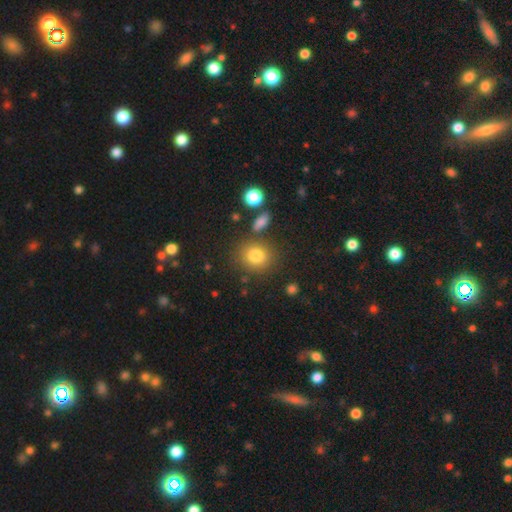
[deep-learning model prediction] smooth-or-featured: smooth: 81% | star or artifact: 11% | featured or disk: 7%
  how-rounded: round: 73% | in between: 26% | cigar-shaped: 1%
  merging: none: 78% | minor disturbance: 11% | merger: 7% | major disturbance: 4%